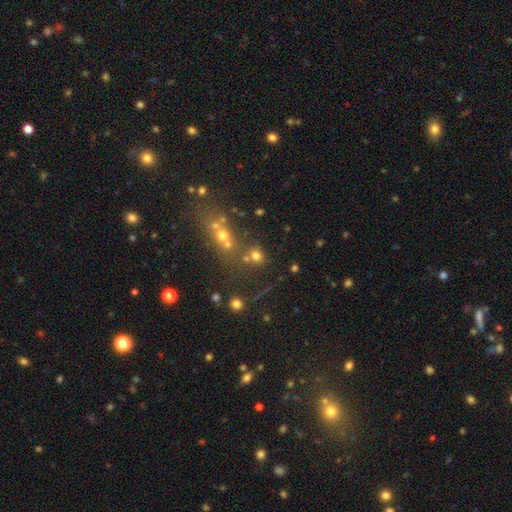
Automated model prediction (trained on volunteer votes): Q: Smooth or featured?
A: smooth (65%); runner-up: star or artifact (21%)
Q: How rounded?
A: round (68%); runner-up: in between (30%)
Q: Merging?
A: none (58%); runner-up: merger (24%)